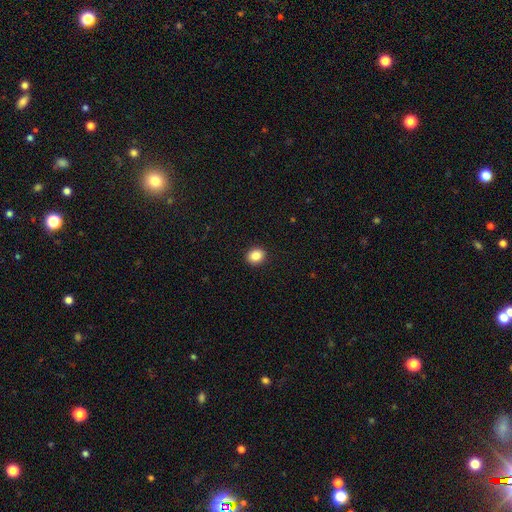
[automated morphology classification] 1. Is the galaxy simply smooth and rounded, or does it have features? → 86% smooth, 9% star or artifact, 5% featured or disk.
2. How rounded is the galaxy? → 66% round, 33% in between, 1% cigar-shaped.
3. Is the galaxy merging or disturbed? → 92% none, 5% minor disturbance, 2% major disturbance, 1% merger.